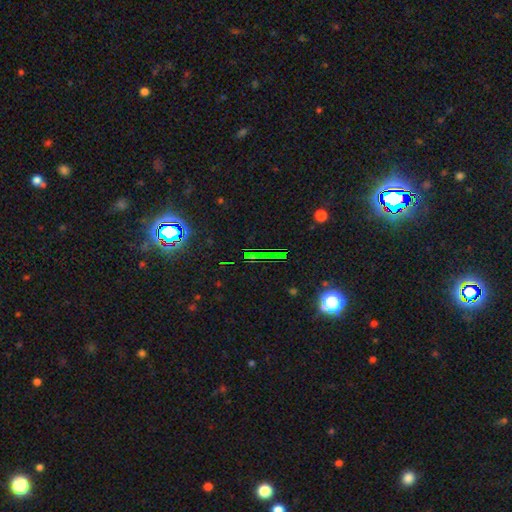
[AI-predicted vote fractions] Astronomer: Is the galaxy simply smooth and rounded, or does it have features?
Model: star or artifact — 74%.